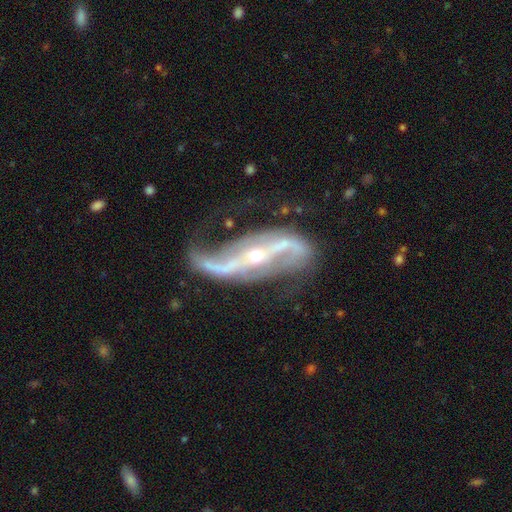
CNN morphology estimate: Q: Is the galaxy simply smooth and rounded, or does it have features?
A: featured or disk — 91%.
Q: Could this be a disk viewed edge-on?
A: no — 92%.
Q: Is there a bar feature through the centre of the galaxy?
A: strong — 63%.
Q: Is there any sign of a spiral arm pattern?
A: yes — 96%.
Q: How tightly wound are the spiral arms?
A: loose — 72%.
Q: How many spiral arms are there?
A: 2 — 92%.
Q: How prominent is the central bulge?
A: small — 68%.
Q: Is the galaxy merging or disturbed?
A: none — 60%.